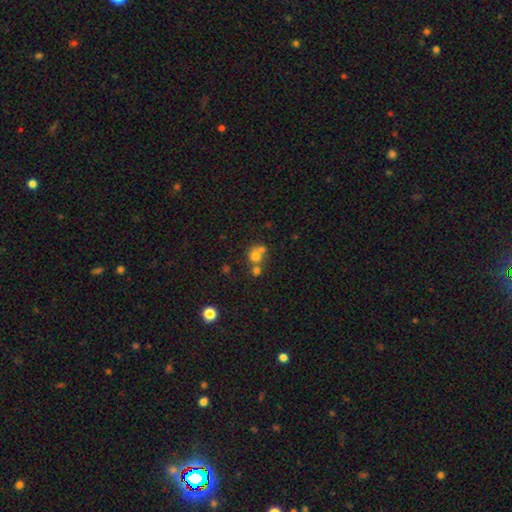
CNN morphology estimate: smooth-or-featured: smooth: 68% | featured or disk: 16% | star or artifact: 16%
  how-rounded: round: 78% | in between: 21% | cigar-shaped: 1%
  merging: merger: 53% | none: 36% | minor disturbance: 7% | major disturbance: 4%